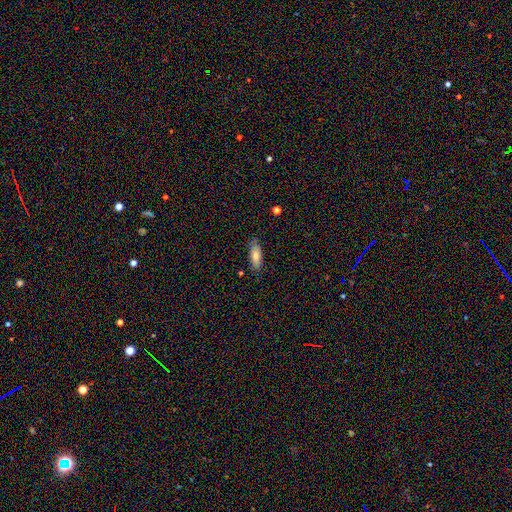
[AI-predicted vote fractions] smooth 80%, featured or disk 13%, star or artifact 7%. Down the decision tree: how rounded — in between (70%); merging — none (84%).